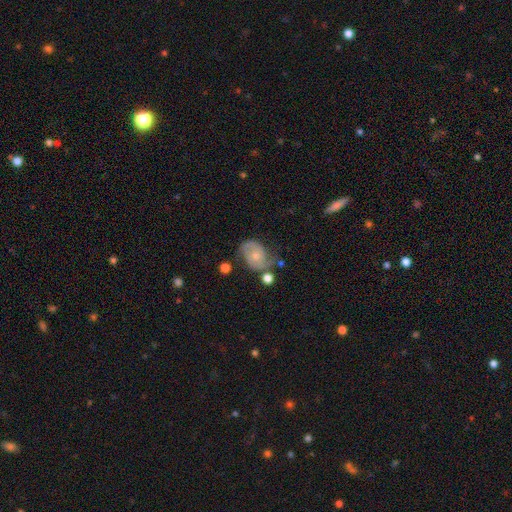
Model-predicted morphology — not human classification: Q: Smooth or featured?
A: featured or disk (69%); runner-up: smooth (23%)
Q: Edge-on disk?
A: no (97%); runner-up: yes (3%)
Q: Bar?
A: no (70%); runner-up: weak (25%)
Q: Spiral arms?
A: yes (89%); runner-up: no (11%)
Q: Spiral winding?
A: medium (47%); runner-up: tight (29%)
Q: Spiral arm count?
A: 2 (83%); runner-up: can't tell (10%)
Q: Bulge size?
A: small (51%); runner-up: moderate (42%)
Q: Merging?
A: none (55%); runner-up: minor disturbance (26%)